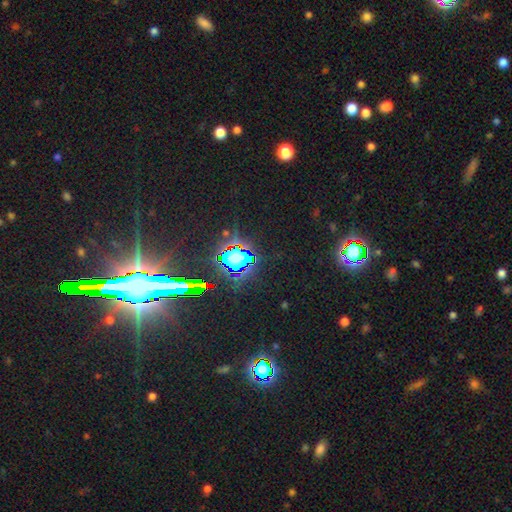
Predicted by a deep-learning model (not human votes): A star or artifact, not a galaxy (83%).

Vote fractions:
- Smooth or featured? star or artifact: 83% / featured or disk: 9% / smooth: 8%